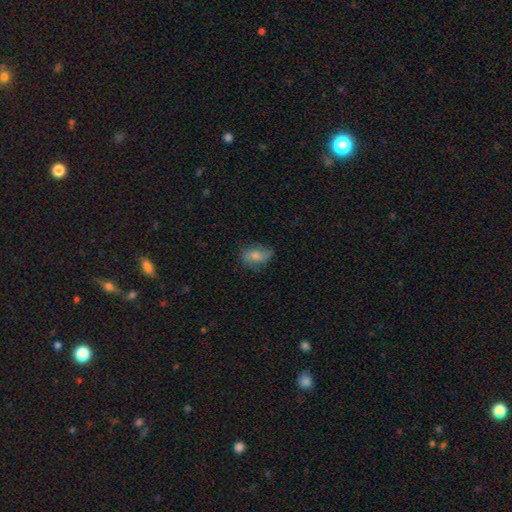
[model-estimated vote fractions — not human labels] This is likely a smooth galaxy (65%). How rounded: likely in between (77%). Merging: likely none (63%).